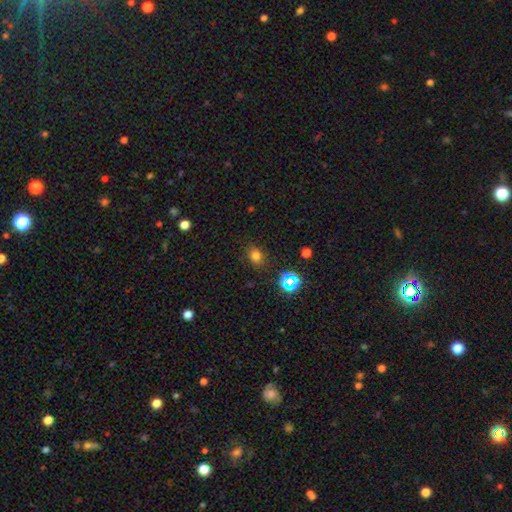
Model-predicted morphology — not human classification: Overall: smooth (73%). How rounded: in between (50%; round 49%). Merging: none (84%).